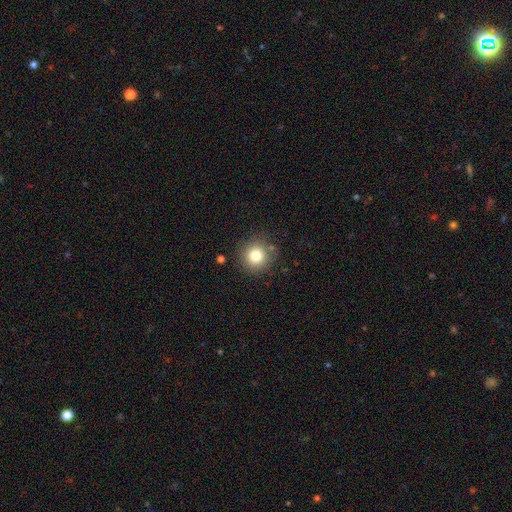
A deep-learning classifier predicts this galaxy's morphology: Q: Smooth or featured?
A: smooth (80%); runner-up: star or artifact (12%)
Q: How rounded?
A: round (93%); runner-up: in between (6%)
Q: Merging?
A: none (86%); runner-up: minor disturbance (9%)